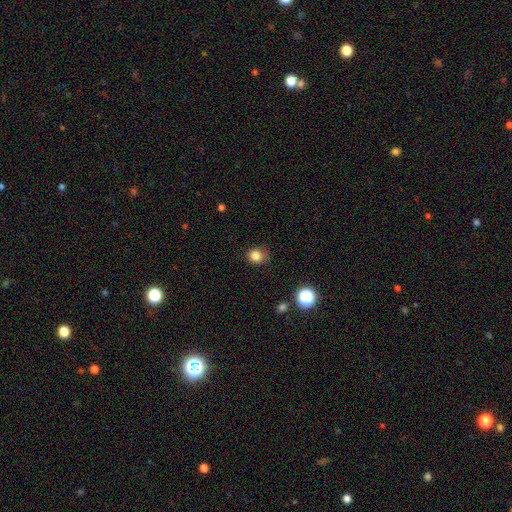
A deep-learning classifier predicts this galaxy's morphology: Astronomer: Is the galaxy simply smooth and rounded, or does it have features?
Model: smooth — 83%.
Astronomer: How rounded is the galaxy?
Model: round — 80%.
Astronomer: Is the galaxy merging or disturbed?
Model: none — 75%.